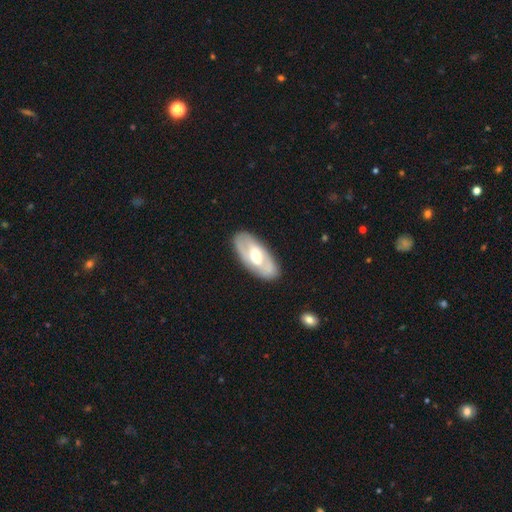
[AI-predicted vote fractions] Q: Smooth or featured?
A: featured or disk (64%); runner-up: smooth (31%)
Q: Edge-on disk?
A: no (88%); runner-up: yes (12%)
Q: Bar?
A: no (42%); runner-up: weak (37%)
Q: Spiral arms?
A: no (53%); runner-up: yes (47%)
Q: Bulge size?
A: moderate (72%); runner-up: small (14%)
Q: Merging?
A: none (85%); runner-up: minor disturbance (11%)